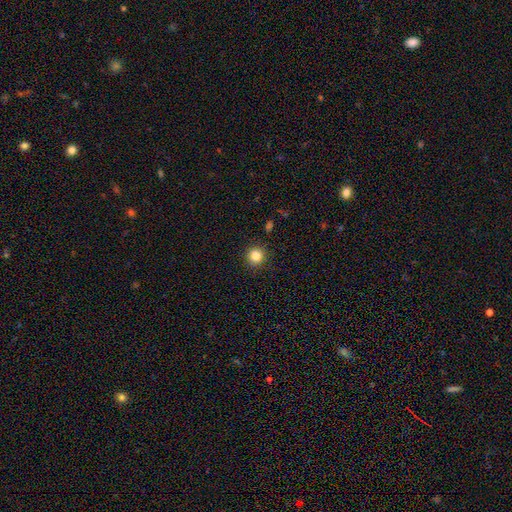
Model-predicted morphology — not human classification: Smooth or featured? smooth (84%)
How rounded? round (93%)
Merging? none (91%)